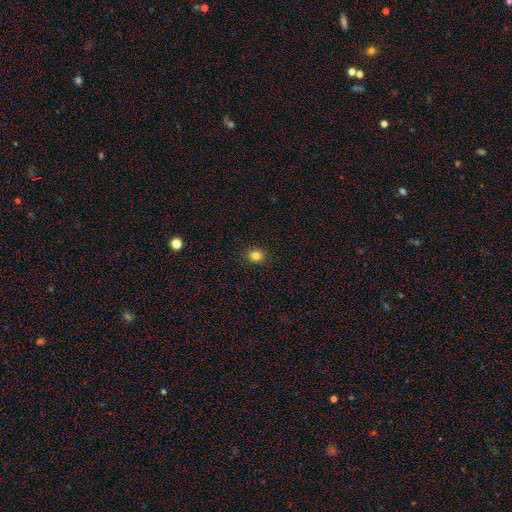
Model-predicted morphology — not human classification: Smooth or featured? Predicted: smooth (p=0.82). How rounded? Predicted: round (p=0.73). Merging? Predicted: none (p=0.91).